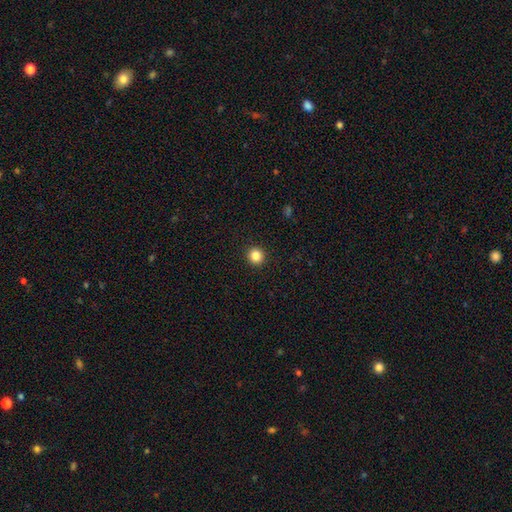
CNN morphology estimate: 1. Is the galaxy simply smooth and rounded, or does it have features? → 85% smooth, 11% star or artifact, 4% featured or disk.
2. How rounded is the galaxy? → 92% round, 7% in between, 1% cigar-shaped.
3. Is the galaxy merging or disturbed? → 93% none, 4% minor disturbance, 2% major disturbance, 1% merger.